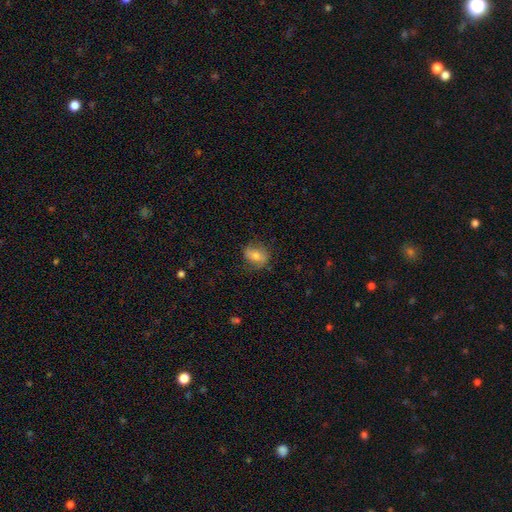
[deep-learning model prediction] Smooth or featured: smooth — 59% (featured or disk — 30%)
How rounded: in between — 57% (round — 41%)
Merging: none — 73% (minor disturbance — 20%)